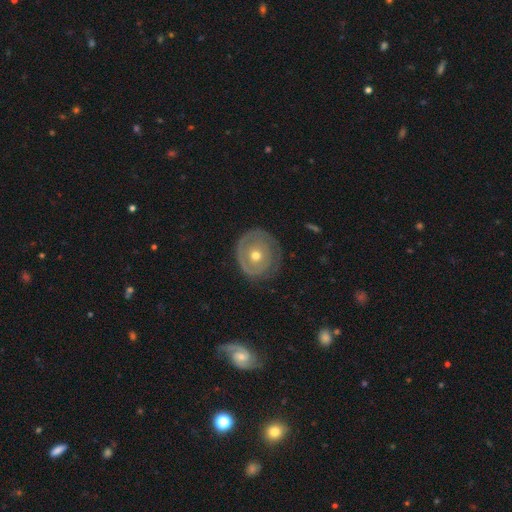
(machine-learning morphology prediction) smooth_or_featured: featured or disk (p=0.62) [alt: smooth p=0.32]
disk_edge_on: no (p=0.96) [alt: yes p=0.04]
bar: no (p=0.86) [alt: weak p=0.11]
has_spiral_arms: yes (p=0.51) [alt: no p=0.49]
bulge_size: moderate (p=0.63) [alt: small p=0.33]
merging: none (p=0.71) [alt: minor disturbance p=0.19]